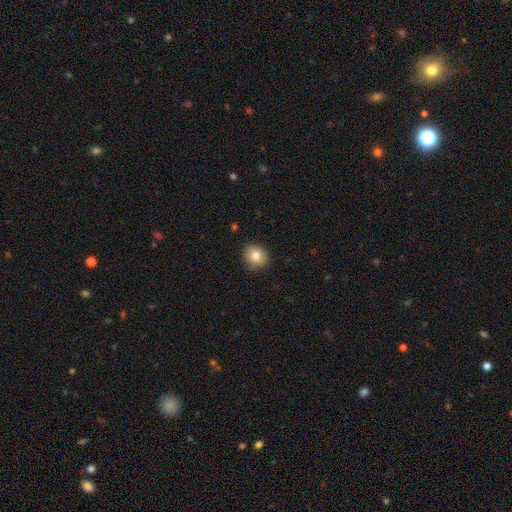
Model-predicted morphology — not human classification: smooth-or-featured: smooth: 82% | star or artifact: 10% | featured or disk: 8%
  how-rounded: round: 81% | in between: 18% | cigar-shaped: 1%
  merging: none: 86% | minor disturbance: 11% | major disturbance: 2% | merger: 1%